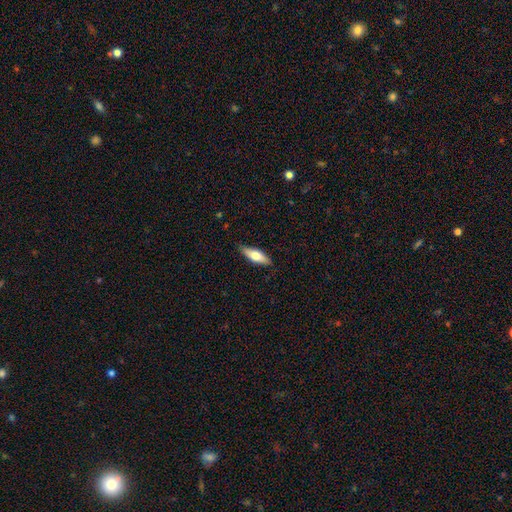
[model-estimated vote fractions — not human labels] Smooth or featured?
  - smooth: 64% *
  - featured or disk: 31%
  - star or artifact: 5%
How rounded?
  - in between: 60% *
  - cigar-shaped: 38%
  - round: 2%
Merging?
  - none: 85% *
  - minor disturbance: 12%
  - major disturbance: 2%
  - merger: 1%